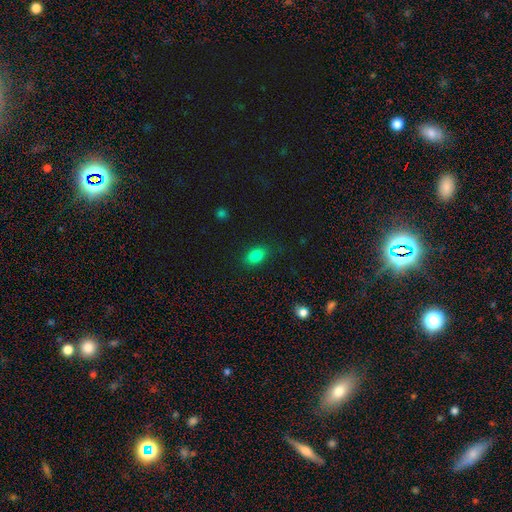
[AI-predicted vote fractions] Smooth or featured? smooth (84%)
How rounded? in between (85%)
Merging? none (85%)